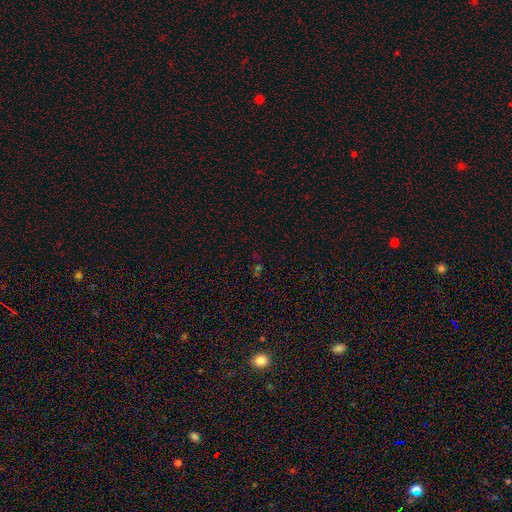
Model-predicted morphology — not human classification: This appears to be a star or artifact, not a galaxy (57%).